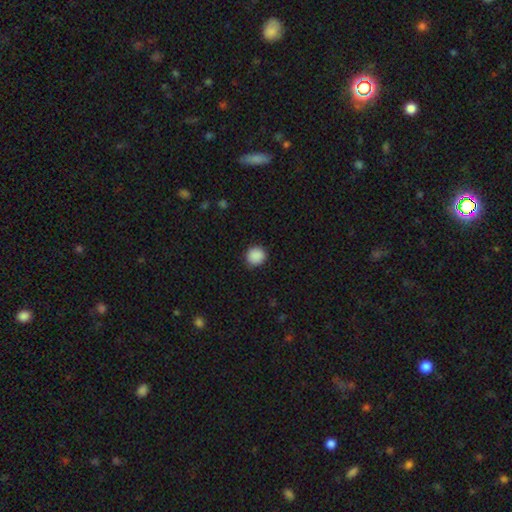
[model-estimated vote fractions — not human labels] Morphology: type=smooth (89%); roundness=round (92%); merging=none (89%).